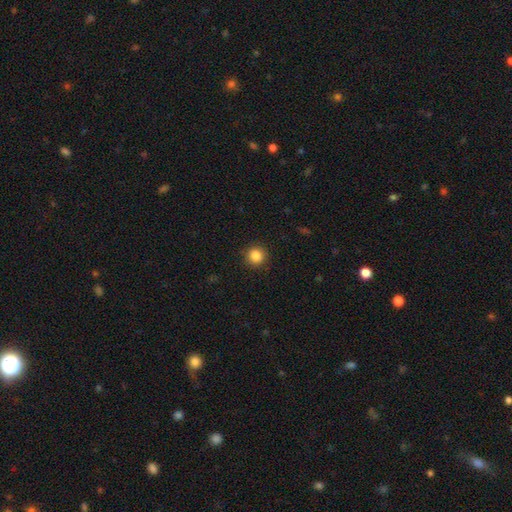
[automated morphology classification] type=smooth (86%); roundness=round (94%); merging=none (91%).